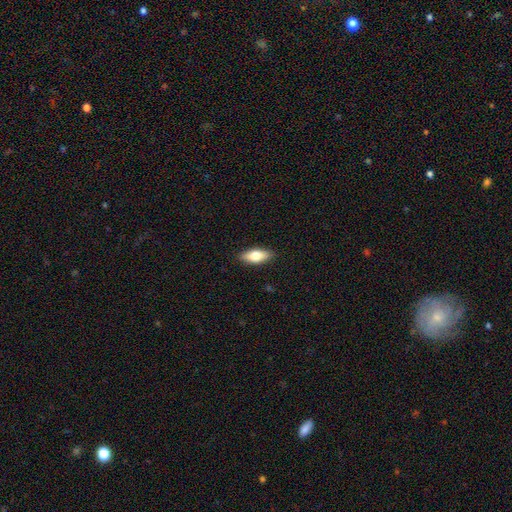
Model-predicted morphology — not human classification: A smooth galaxy with no disk features (71%) that is in between round and cigar-shaped (76%).

Vote fractions:
- Smooth or featured? smooth: 71% / featured or disk: 22% / star or artifact: 6%
- How rounded? in between: 76% / cigar-shaped: 21% / round: 3%
- Merging? none: 89% / minor disturbance: 8% / major disturbance: 2% / merger: 1%